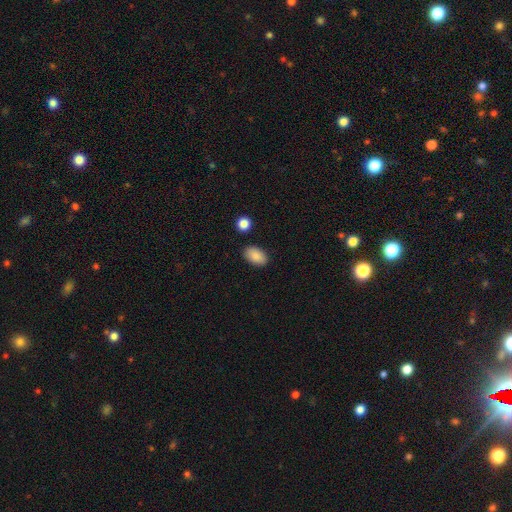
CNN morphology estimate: type=smooth (89%); roundness=in between (93%); merging=none (86%).